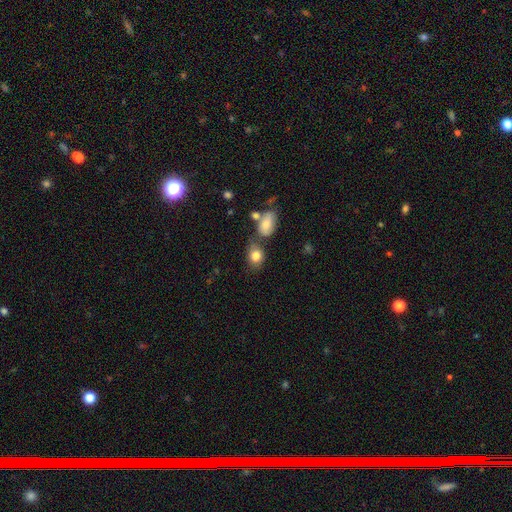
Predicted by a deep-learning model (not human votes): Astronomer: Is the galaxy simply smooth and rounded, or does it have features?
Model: smooth — 82%.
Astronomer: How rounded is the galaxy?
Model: in between — 60% (runner-up: round, 39%).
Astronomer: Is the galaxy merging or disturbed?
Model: none — 52%.